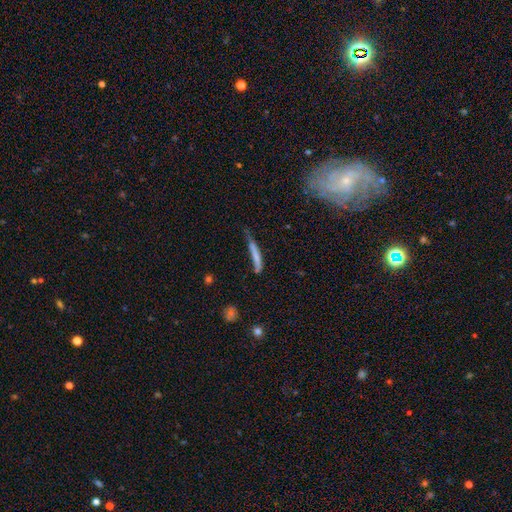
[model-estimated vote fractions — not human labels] The model was most divided on "merging": none: 46%, minor disturbance: 33%, major disturbance: 16%, merger: 5%. More confident: how rounded — cigar-shaped (93%); smooth or featured — smooth (67%).